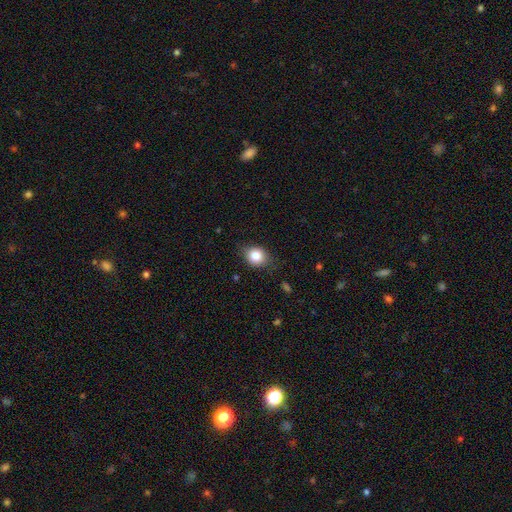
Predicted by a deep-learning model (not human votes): A smooth galaxy with no disk features (83%) that is round (60%).

Vote fractions:
- Smooth or featured? smooth: 83% / star or artifact: 10% / featured or disk: 8%
- How rounded? round: 60% / in between: 38% / cigar-shaped: 1%
- Merging? none: 77% / minor disturbance: 18% / major disturbance: 4% / merger: 1%